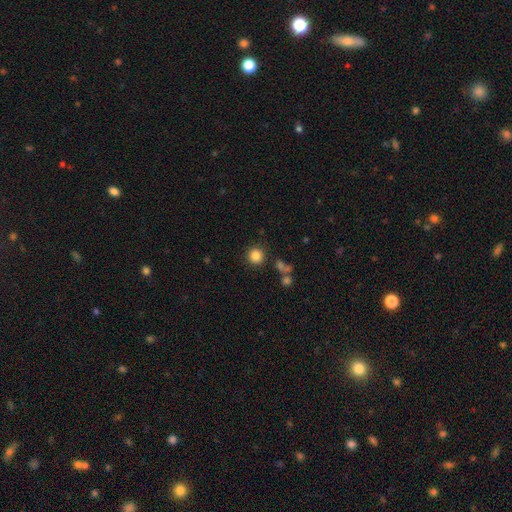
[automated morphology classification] Overall: smooth (84%). How rounded: round (94%). Merging: none (86%).